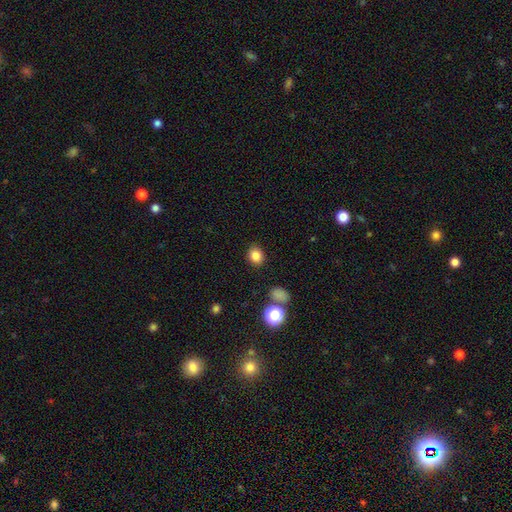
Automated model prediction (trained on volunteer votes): smooth 84%, star or artifact 12%, featured or disk 5%. Down the decision tree: how rounded — round (62%); merging — none (87%).